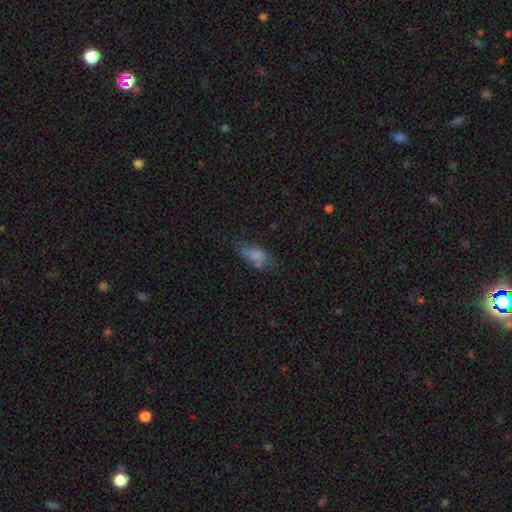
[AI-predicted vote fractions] Smooth or featured? smooth (73%)
How rounded? in between (80%)
Merging? none (49%)